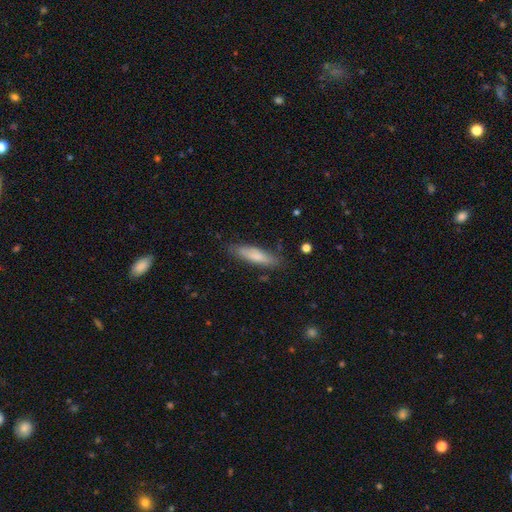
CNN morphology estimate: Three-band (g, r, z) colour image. It shows a smooth galaxy with no disk features (75%) that is cigar-shaped (72%). Merging: none (79%).